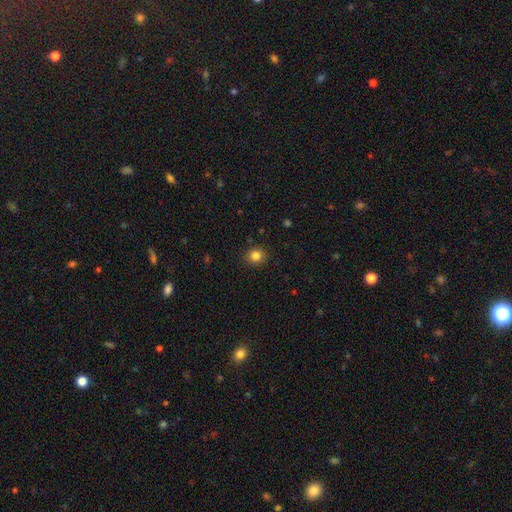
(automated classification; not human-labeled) This appears to be a smooth galaxy with no disk features (83%) that is round (81%). Merging: none (90%).